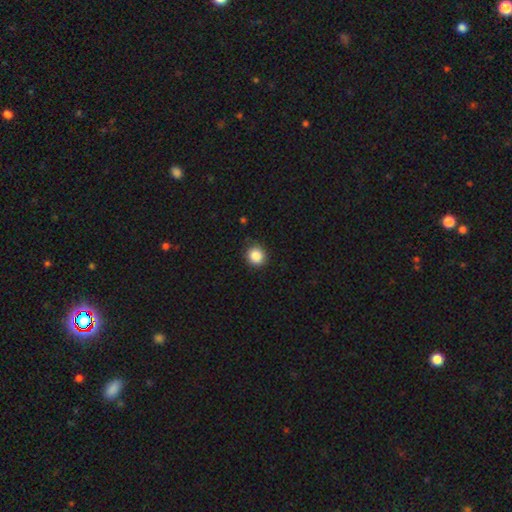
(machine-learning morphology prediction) This appears to be a smooth galaxy with no disk features (86%) that is round (90%). Merging: none (88%).